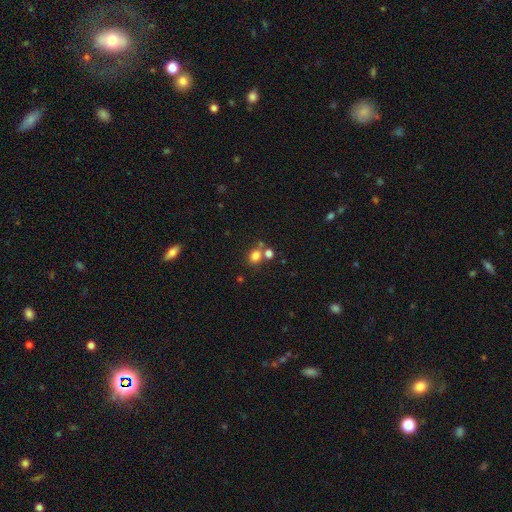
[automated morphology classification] This is likely a smooth galaxy (79%). How rounded: possibly round (59%). Merging: possibly none (55%).